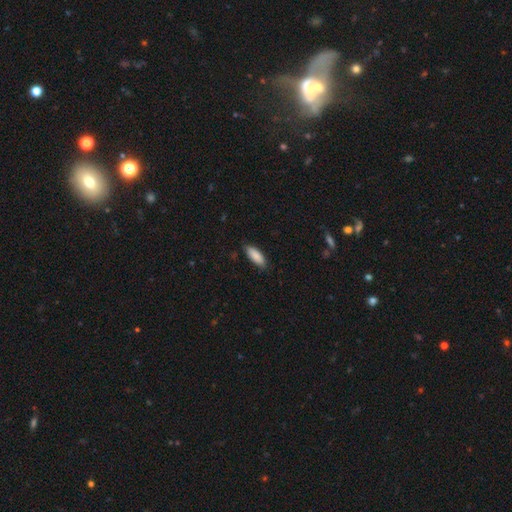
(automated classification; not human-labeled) This is clearly a smooth galaxy (88%). How rounded: likely in between (70%). Merging: clearly none (85%).